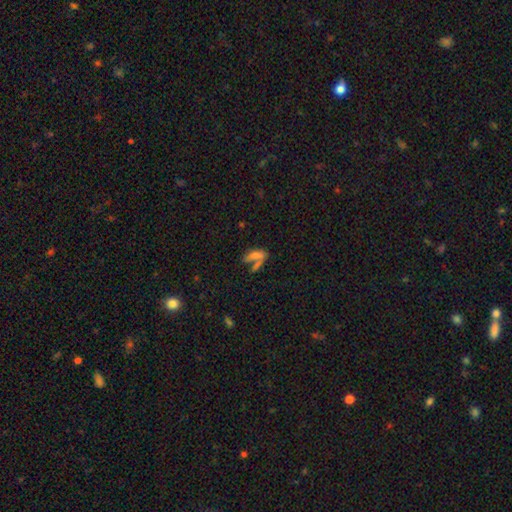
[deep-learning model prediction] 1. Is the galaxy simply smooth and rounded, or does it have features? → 60% smooth, 25% featured or disk, 16% star or artifact.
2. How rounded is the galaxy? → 58% in between, 36% cigar-shaped, 6% round.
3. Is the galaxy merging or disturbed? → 39% none, 36% merger, 13% minor disturbance, 11% major disturbance.